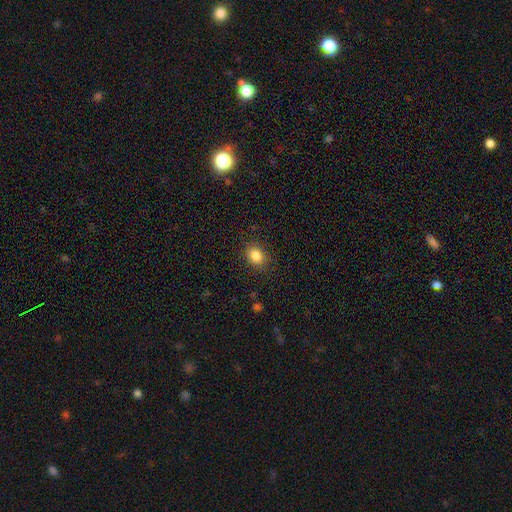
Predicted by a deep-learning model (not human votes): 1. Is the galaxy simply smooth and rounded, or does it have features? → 85% smooth, 9% star or artifact, 6% featured or disk.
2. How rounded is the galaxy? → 59% in between, 40% round, 1% cigar-shaped.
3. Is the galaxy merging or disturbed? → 85% none, 11% minor disturbance, 3% major disturbance, 1% merger.